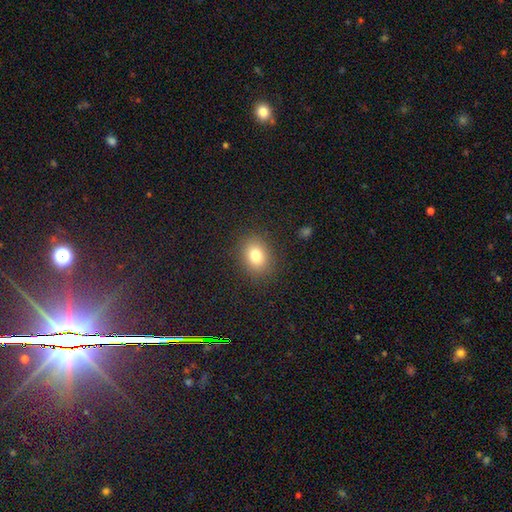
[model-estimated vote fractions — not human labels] Smooth or featured? Predicted: smooth (p=0.79). How rounded? Predicted: in between (p=0.54). Merging? Predicted: none (p=0.87).